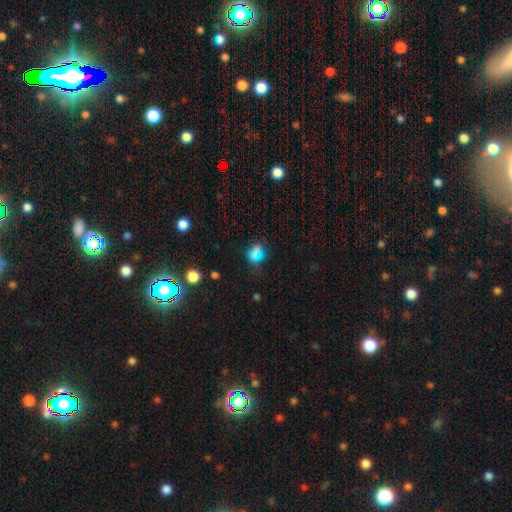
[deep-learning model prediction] Q: Smooth or featured?
A: smooth (56%); runner-up: star or artifact (32%)
Q: How rounded?
A: round (57%); runner-up: in between (36%)
Q: Merging?
A: none (71%); runner-up: minor disturbance (14%)